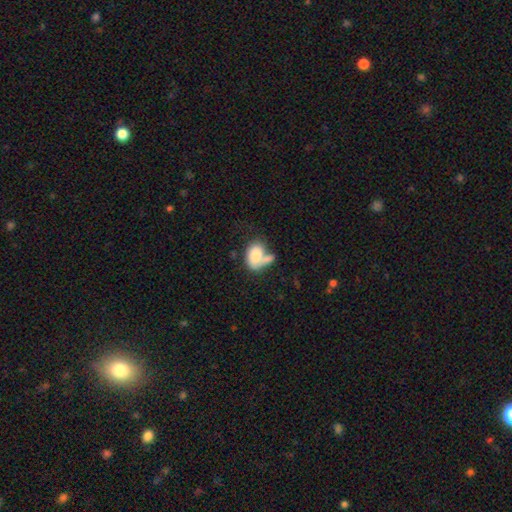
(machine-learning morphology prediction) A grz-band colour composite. It shows a smooth galaxy with no disk features (73%) that is in between round and cigar-shaped (81%). Merging: merger (49%).